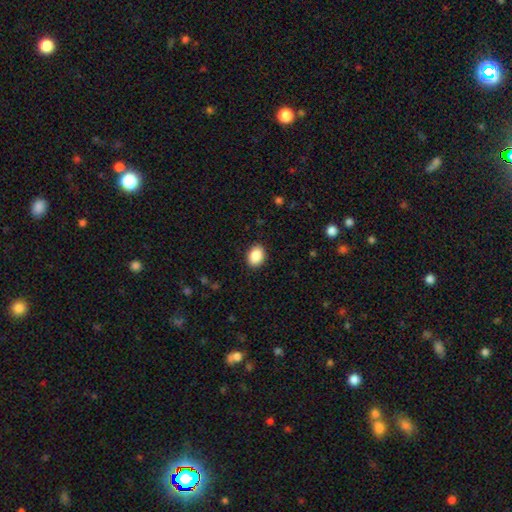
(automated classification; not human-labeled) Smooth or featured?
  - smooth: 89% *
  - star or artifact: 7%
  - featured or disk: 4%
How rounded?
  - in between: 70% *
  - round: 29%
  - cigar-shaped: 1%
Merging?
  - none: 90% *
  - minor disturbance: 7%
  - major disturbance: 2%
  - merger: 1%